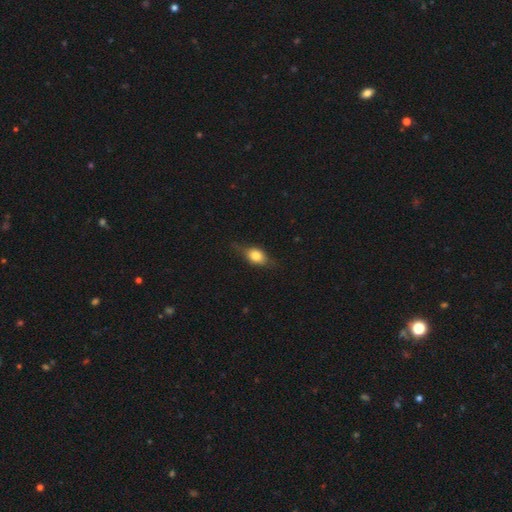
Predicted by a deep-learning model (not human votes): Q: Smooth or featured?
A: smooth (71%); runner-up: featured or disk (21%)
Q: How rounded?
A: in between (72%); runner-up: round (21%)
Q: Merging?
A: none (67%); runner-up: minor disturbance (25%)